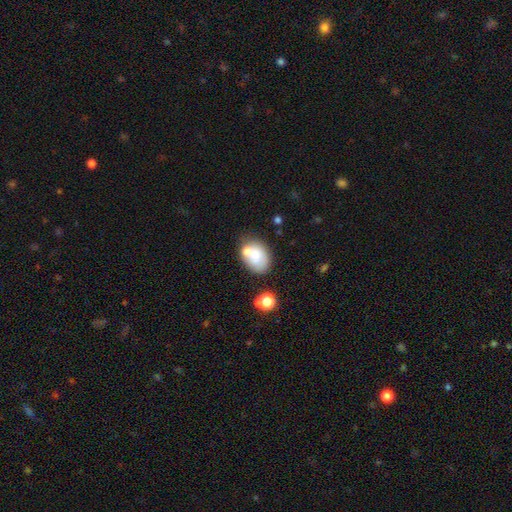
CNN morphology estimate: The model was most divided on "merging": none: 53%, merger: 22%, minor disturbance: 18%, major disturbance: 7%. More confident: how rounded — in between (76%); smooth or featured — smooth (72%).